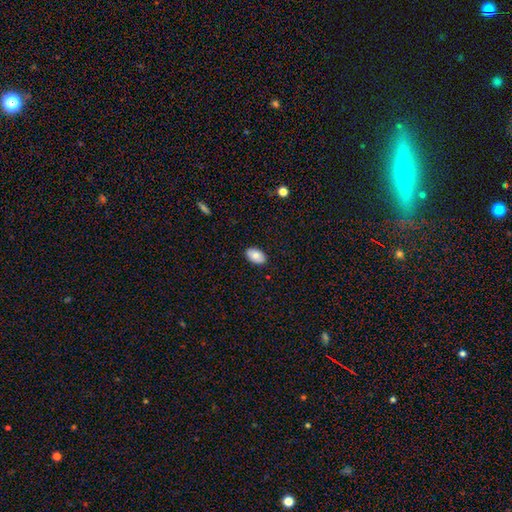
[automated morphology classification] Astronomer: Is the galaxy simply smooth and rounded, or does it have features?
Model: smooth — 79%.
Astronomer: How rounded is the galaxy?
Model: in between — 93%.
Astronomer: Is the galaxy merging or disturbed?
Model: none — 88%.